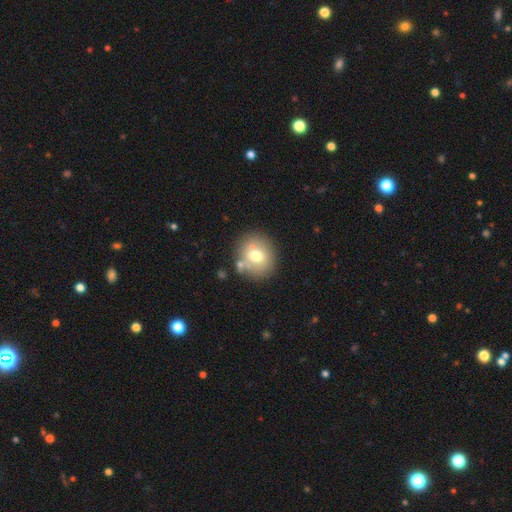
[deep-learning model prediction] smooth-or-featured: smooth: 67% | featured or disk: 22% | star or artifact: 10%
  how-rounded: round: 78% | in between: 21% | cigar-shaped: 1%
  merging: none: 75% | minor disturbance: 12% | merger: 9% | major disturbance: 4%